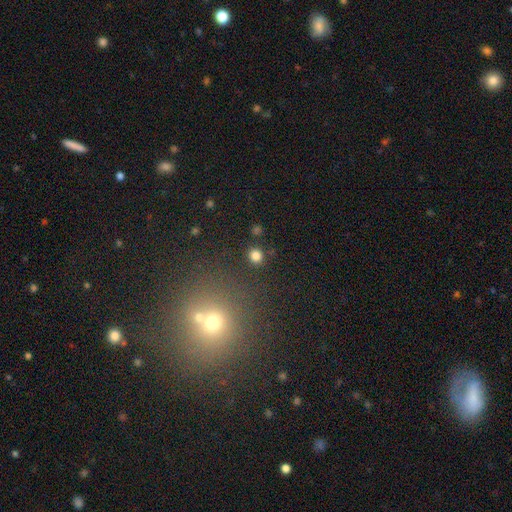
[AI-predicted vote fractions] Smooth or featured: smooth — 81% (star or artifact — 15%)
How rounded: round — 90% (in between — 9%)
Merging: none — 89% (minor disturbance — 5%)